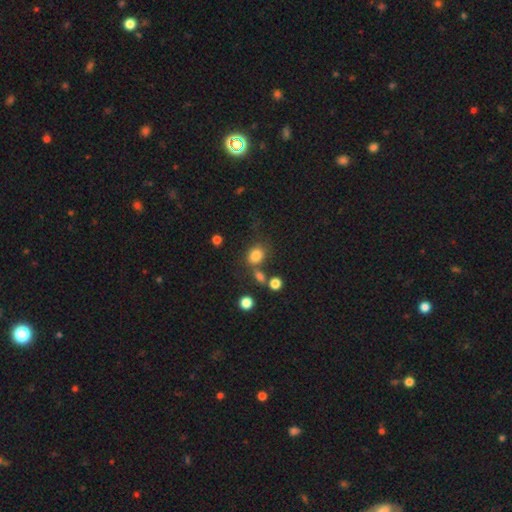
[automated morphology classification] type=smooth (81%); roundness=round (50%); merging=none (63%).